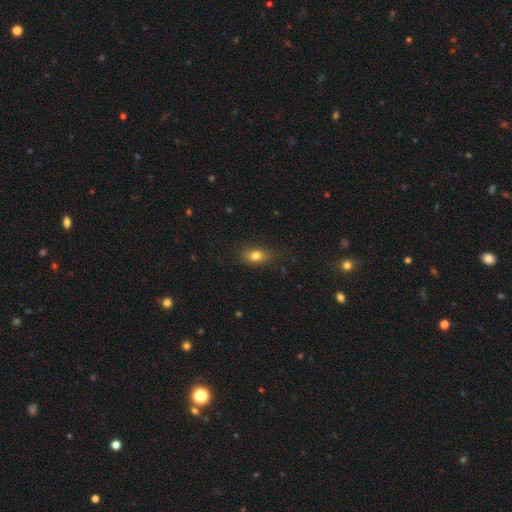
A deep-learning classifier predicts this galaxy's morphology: Q: Smooth or featured?
A: smooth (79%); runner-up: featured or disk (11%)
Q: How rounded?
A: in between (79%); runner-up: round (17%)
Q: Merging?
A: none (81%); runner-up: minor disturbance (14%)